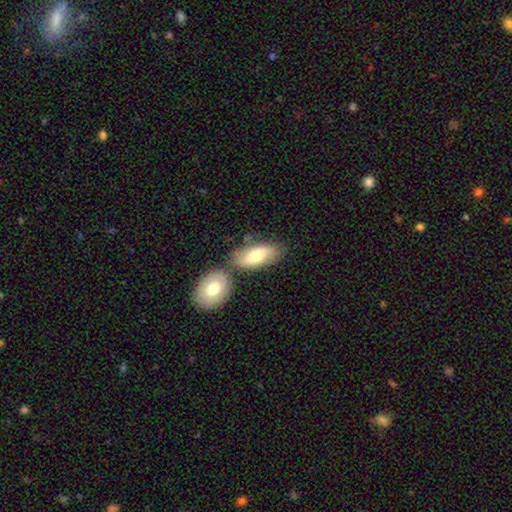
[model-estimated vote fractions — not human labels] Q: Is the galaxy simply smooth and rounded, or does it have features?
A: smooth — 69%.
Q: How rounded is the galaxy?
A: in between — 87%.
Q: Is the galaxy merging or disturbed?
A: none — 55%.